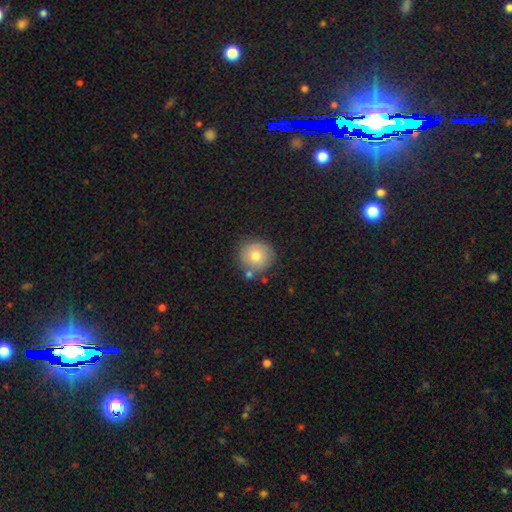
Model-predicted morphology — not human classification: Smooth or featured: smooth — 77% (featured or disk — 14%)
How rounded: round — 94% (in between — 5%)
Merging: none — 76% (minor disturbance — 12%)